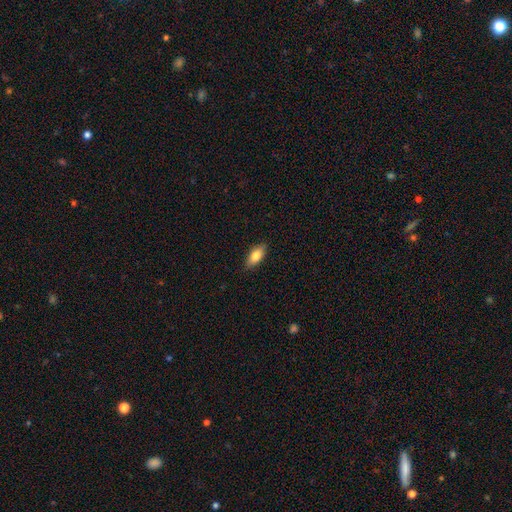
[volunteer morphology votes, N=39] smooth 82%, featured or disk 15%, star or artifact 3%. Down the decision tree: how rounded — in between (91%); merging — none (92%).